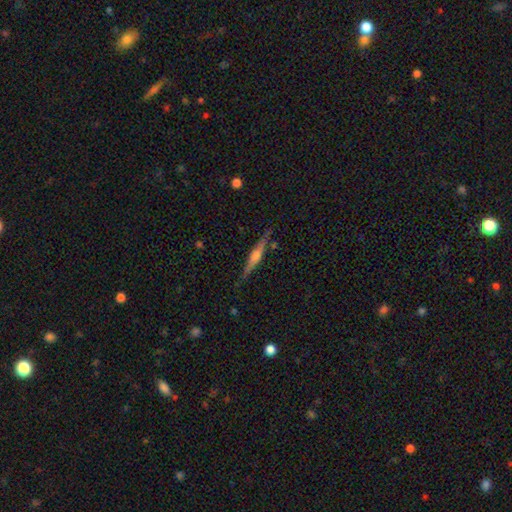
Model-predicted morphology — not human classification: A featured or disk galaxy (70%) viewed edge-on (97%) with a rounded central bulge (80%). Merging: none (84%).